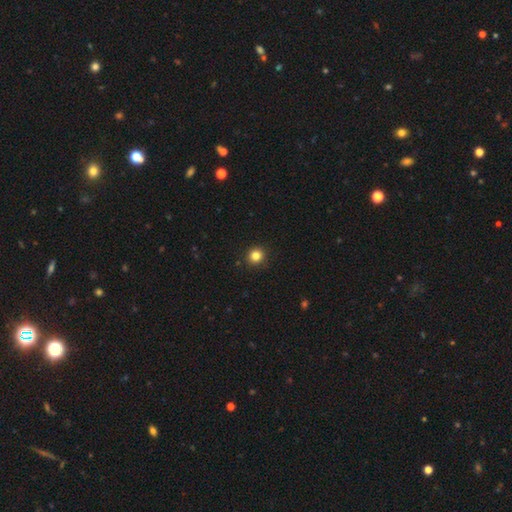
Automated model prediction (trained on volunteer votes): Q: Smooth or featured?
A: smooth (83%); runner-up: star or artifact (12%)
Q: How rounded?
A: round (92%); runner-up: in between (7%)
Q: Merging?
A: none (92%); runner-up: minor disturbance (5%)